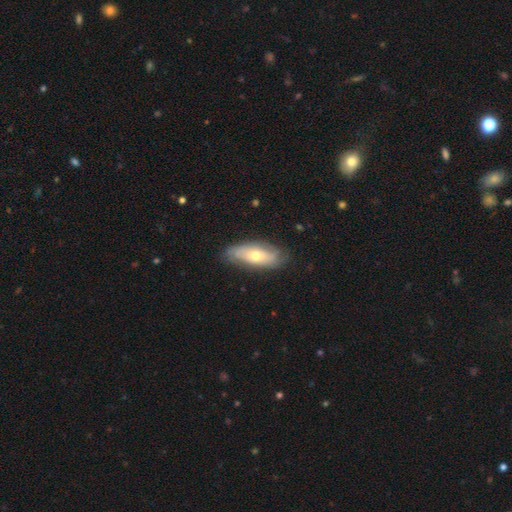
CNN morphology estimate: This is possibly a smooth galaxy (47%). Merging: likely none (78%).